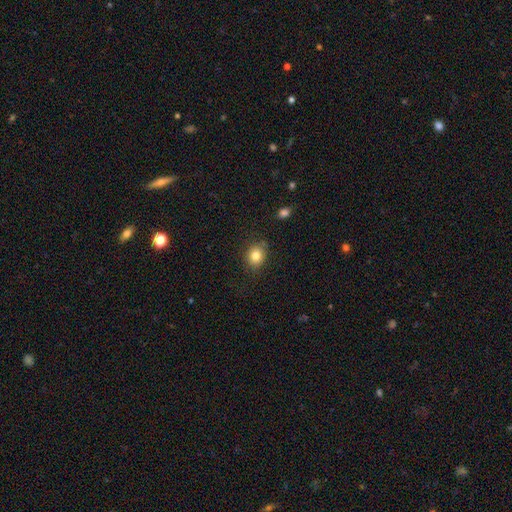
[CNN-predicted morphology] Overall: smooth (82%). How rounded: round (65%; in between 34%). Merging: none (82%).